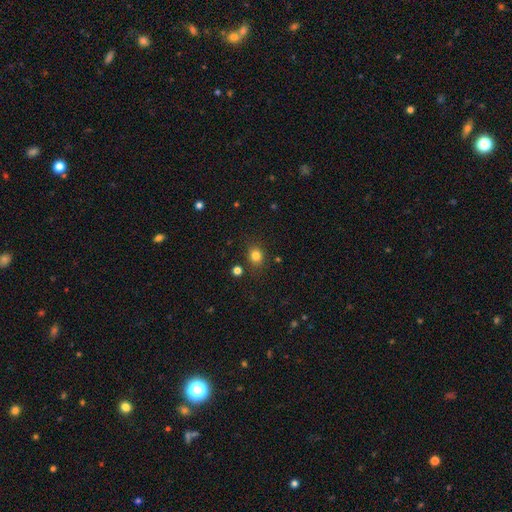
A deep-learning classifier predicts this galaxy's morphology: The model was most divided on "how rounded": round: 71%, in between: 28%, cigar-shaped: 1%. More confident: merging — none (81%); smooth or featured — smooth (81%).